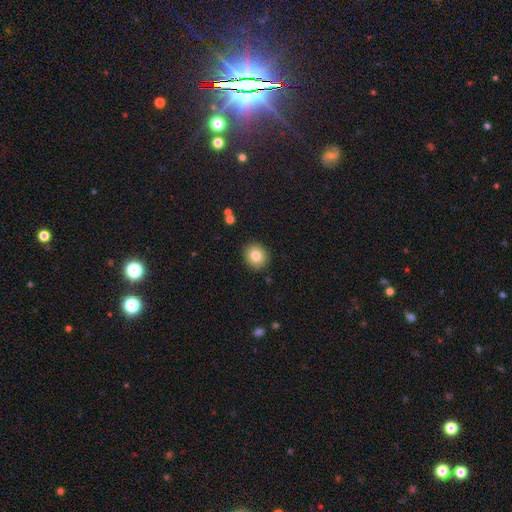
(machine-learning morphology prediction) smooth_or_featured: smooth (p=0.81) [alt: star or artifact p=0.09]
how_rounded: round (p=0.78) [alt: in between p=0.21]
merging: none (p=0.90) [alt: minor disturbance p=0.07]